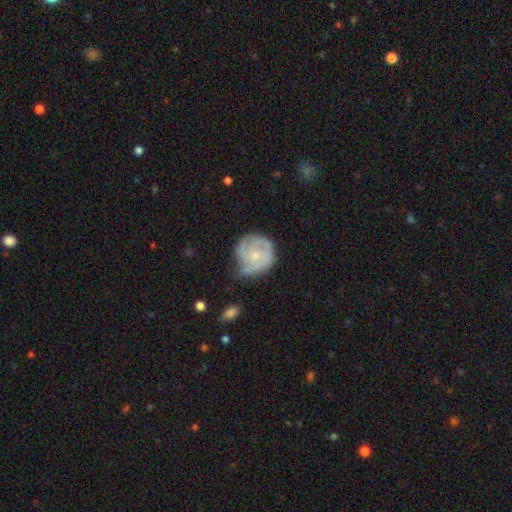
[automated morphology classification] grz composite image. It shows a featured or disk galaxy (63%) with no bar (73%), 3 (34%) tight (52%) spiral arms (83%) and a small central bulge (65%). Merging: none (52%).